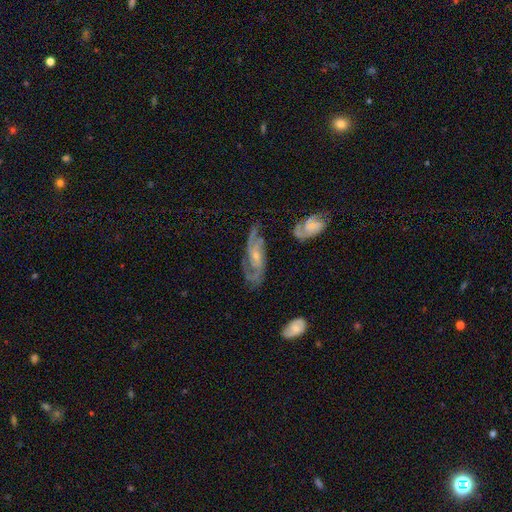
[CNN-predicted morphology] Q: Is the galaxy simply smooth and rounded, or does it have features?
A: featured or disk — 83%.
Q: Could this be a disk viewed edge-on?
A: no — 91%.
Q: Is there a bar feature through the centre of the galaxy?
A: no — 55%.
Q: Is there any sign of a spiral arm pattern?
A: yes — 95%.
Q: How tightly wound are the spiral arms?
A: medium — 45%.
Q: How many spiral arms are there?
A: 2 — 53%.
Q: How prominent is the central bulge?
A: small — 64%.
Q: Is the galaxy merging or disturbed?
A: none — 66%.